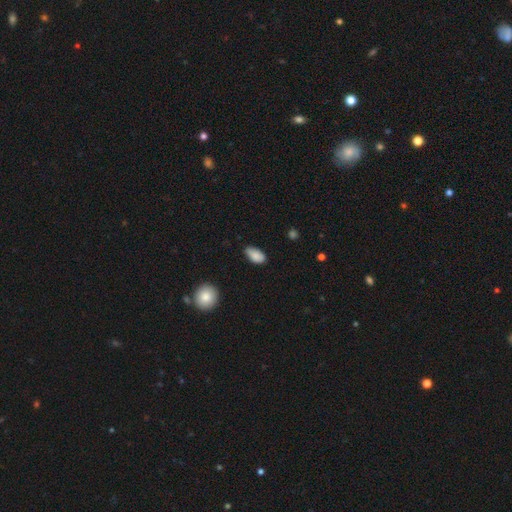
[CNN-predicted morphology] The model was most divided on "merging": none: 74%, minor disturbance: 22%, major disturbance: 3%, merger: 1%. More confident: how rounded — in between (93%); smooth or featured — smooth (86%).